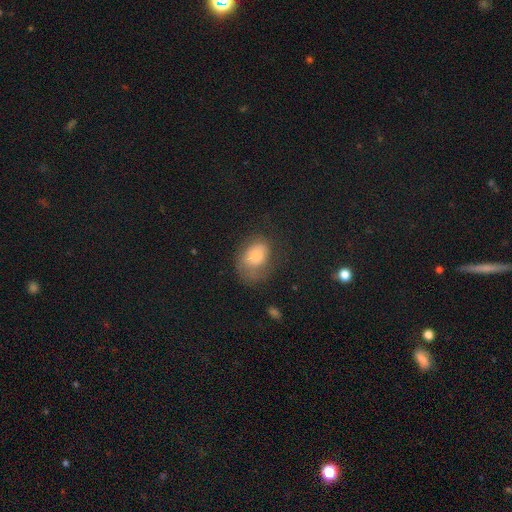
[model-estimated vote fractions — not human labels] Overall: smooth (66%). How rounded: in between (71%). Merging: none (45%; minor disturbance 28%).